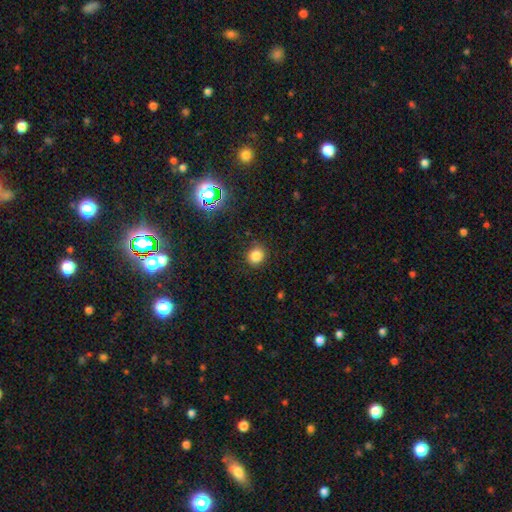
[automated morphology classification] smooth_or_featured: smooth (p=0.81) [alt: star or artifact p=0.14]
how_rounded: round (p=0.83) [alt: in between p=0.16]
merging: none (p=0.84) [alt: minor disturbance p=0.12]